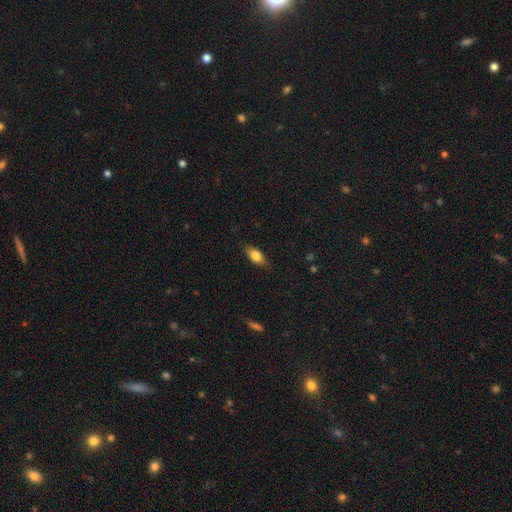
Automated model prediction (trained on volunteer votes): Smooth or featured?
  - smooth: 80% *
  - featured or disk: 13%
  - star or artifact: 7%
How rounded?
  - in between: 87% *
  - cigar-shaped: 8%
  - round: 5%
Merging?
  - none: 84% *
  - minor disturbance: 13%
  - major disturbance: 3%
  - merger: 1%